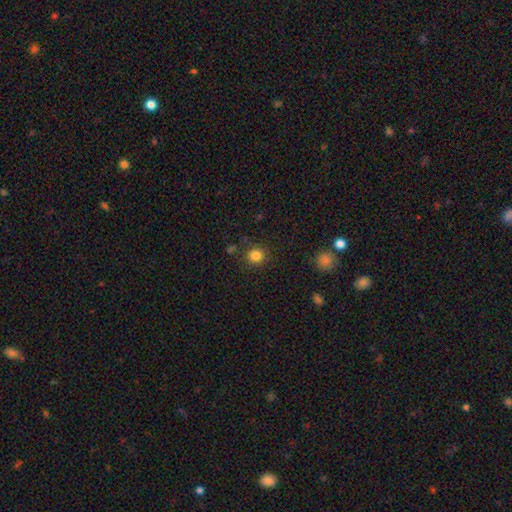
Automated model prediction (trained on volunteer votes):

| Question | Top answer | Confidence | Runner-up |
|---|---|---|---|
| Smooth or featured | smooth | 83% | star or artifact (12%) |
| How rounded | round | 86% | in between (13%) |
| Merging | none | 85% | minor disturbance (9%) |